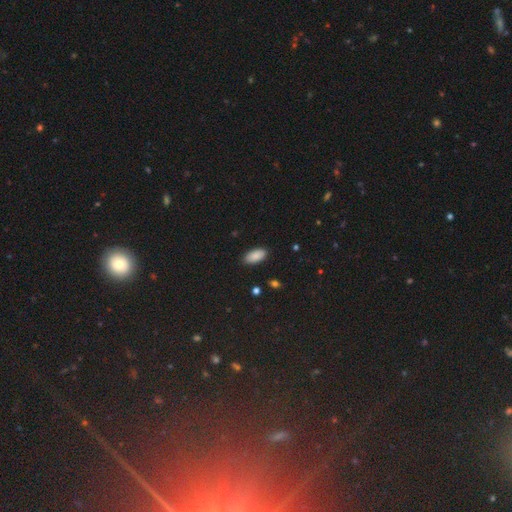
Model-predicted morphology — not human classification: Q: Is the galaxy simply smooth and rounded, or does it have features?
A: smooth — 87%.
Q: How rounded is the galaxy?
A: in between — 94%.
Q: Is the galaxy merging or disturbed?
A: none — 87%.